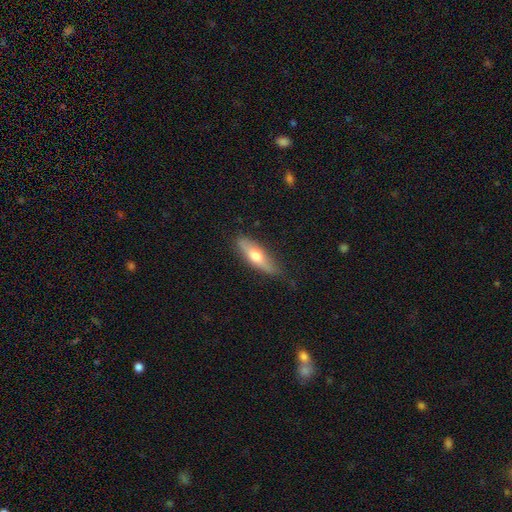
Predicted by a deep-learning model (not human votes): Smooth or featured: smooth — 58% (featured or disk — 37%)
How rounded: cigar-shaped — 54% (in between — 43%)
Merging: none — 78% (minor disturbance — 17%)